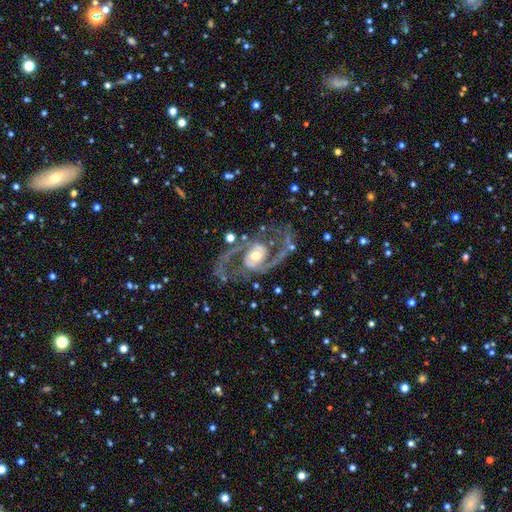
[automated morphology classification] smooth_or_featured: featured or disk (p=0.93) [alt: star or artifact p=0.04]
disk_edge_on: no (p=0.98) [alt: yes p=0.02]
bar: no (p=0.48) [alt: weak p=0.34]
has_spiral_arms: yes (p=0.97) [alt: no p=0.03]
spiral_winding: medium (p=0.54) [alt: loose p=0.35]
spiral_arm_count: 2 (p=0.94) [alt: can't tell p=0.01]
bulge_size: moderate (p=0.66) [alt: small p=0.17]
merging: none (p=0.72) [alt: minor disturbance p=0.14]